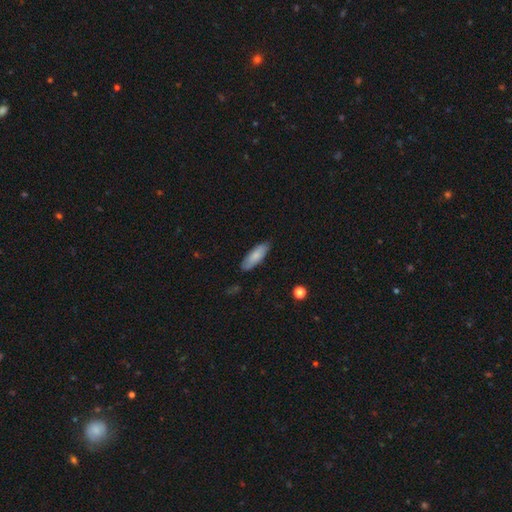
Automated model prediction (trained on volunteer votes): smooth-or-featured: smooth: 80% | featured or disk: 14% | star or artifact: 6%
  how-rounded: in between: 62% | cigar-shaped: 37% | round: 2%
  merging: none: 84% | minor disturbance: 13% | major disturbance: 2% | merger: 1%